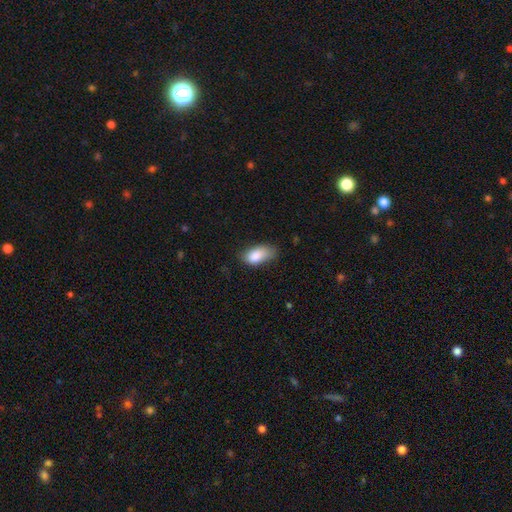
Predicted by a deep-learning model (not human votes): Smooth or featured?
  - smooth: 85% *
  - star or artifact: 7%
  - featured or disk: 7%
How rounded?
  - in between: 93% *
  - cigar-shaped: 4%
  - round: 4%
Merging?
  - none: 51% *
  - minor disturbance: 36%
  - major disturbance: 11%
  - merger: 2%